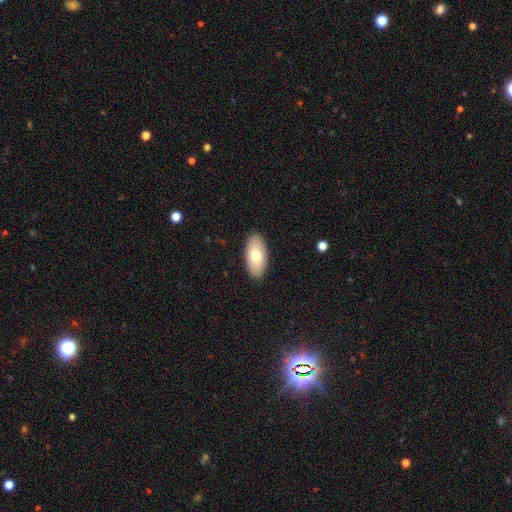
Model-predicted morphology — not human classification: A smooth galaxy with no disk features (71%) that is in between round and cigar-shaped (93%). Merging: none (89%).